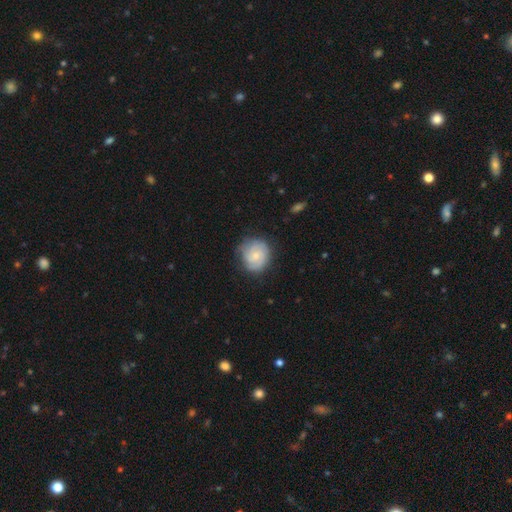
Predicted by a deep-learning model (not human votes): Smooth or featured: featured or disk — 52% (smooth — 42%)
Edge-on disk: no — 98% (yes — 2%)
Bar: no — 73% (weak — 24%)
Spiral arms: yes — 84% (no — 16%)
Bulge size: small — 60% (moderate — 32%)
Merging: none — 71% (minor disturbance — 21%)